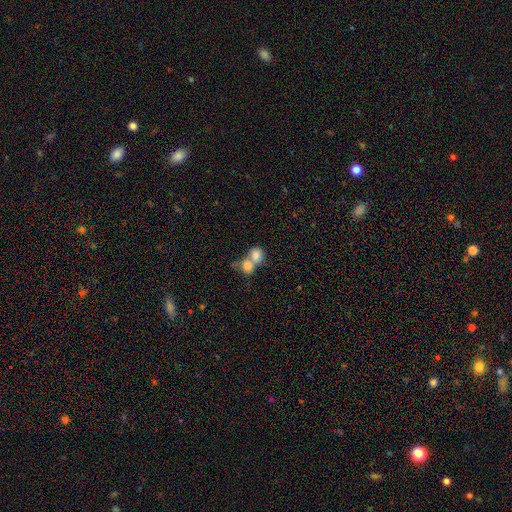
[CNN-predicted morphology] smooth 78%, featured or disk 13%, star or artifact 8%. Down the decision tree: how rounded — round (63%); merging — merger (73%).